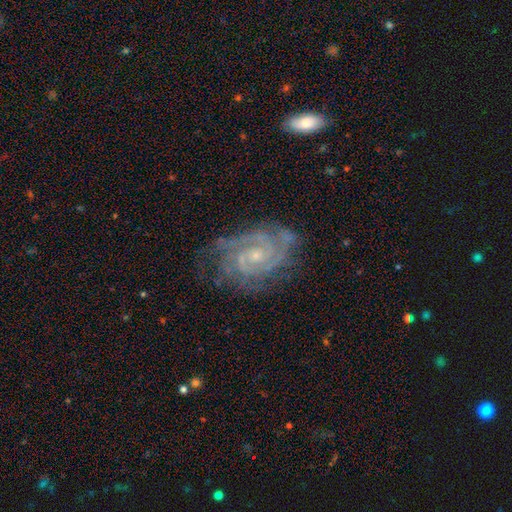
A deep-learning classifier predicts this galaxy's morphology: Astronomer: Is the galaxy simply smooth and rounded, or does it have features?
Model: featured or disk — 90%.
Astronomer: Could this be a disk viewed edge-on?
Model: no — 97%.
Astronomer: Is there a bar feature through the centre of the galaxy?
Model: no — 59%.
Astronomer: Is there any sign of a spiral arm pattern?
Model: yes — 98%.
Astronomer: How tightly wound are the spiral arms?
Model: tight — 70%.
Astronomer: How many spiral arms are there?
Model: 2 — 52%.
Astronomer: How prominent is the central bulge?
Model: small — 68%.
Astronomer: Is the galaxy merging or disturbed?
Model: none — 71%.